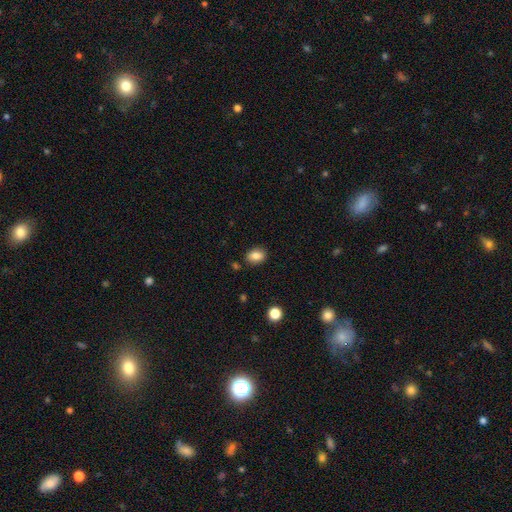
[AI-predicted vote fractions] This is clearly a smooth galaxy (85%). How rounded: likely in between (67%). Merging: clearly none (85%).